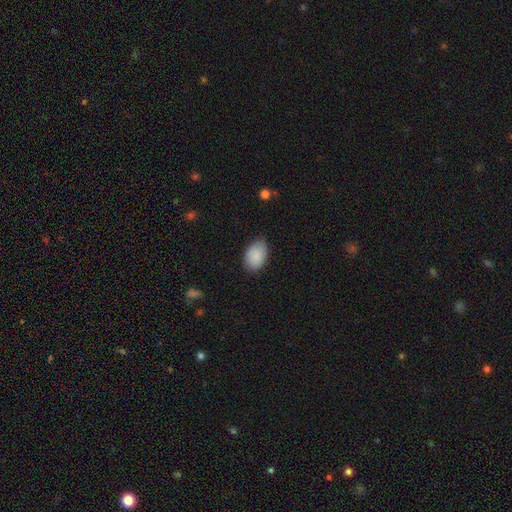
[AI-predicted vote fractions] Overall: smooth (89%). How rounded: in between (88%). Merging: none (75%).